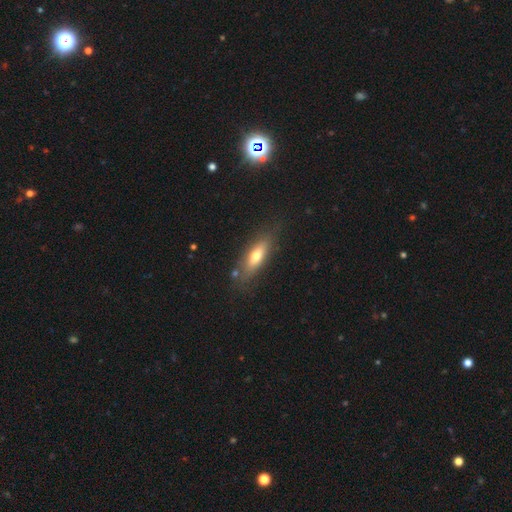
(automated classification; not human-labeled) Smooth or featured: smooth — 62% (featured or disk — 31%)
How rounded: in between — 55% (cigar-shaped — 42%)
Merging: none — 77% (minor disturbance — 15%)